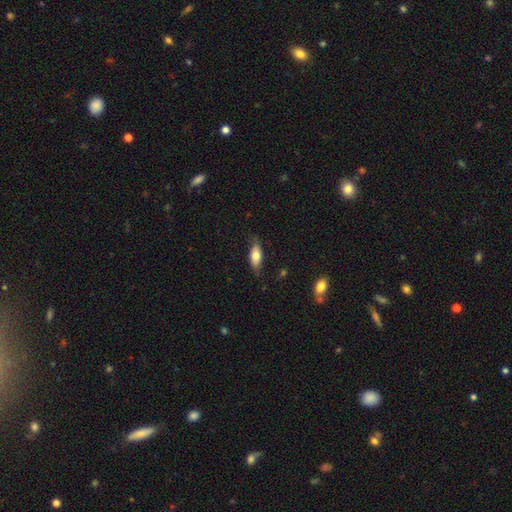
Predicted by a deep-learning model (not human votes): Smooth or featured: smooth — 69% (featured or disk — 24%)
How rounded: in between — 81% (cigar-shaped — 16%)
Merging: none — 71% (minor disturbance — 23%)